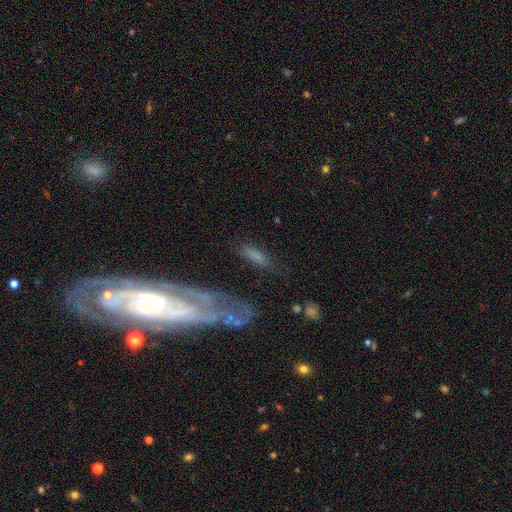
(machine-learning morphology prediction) A smooth galaxy with no disk features (63%) that is in between round and cigar-shaped (49%). Merging: none (62%).